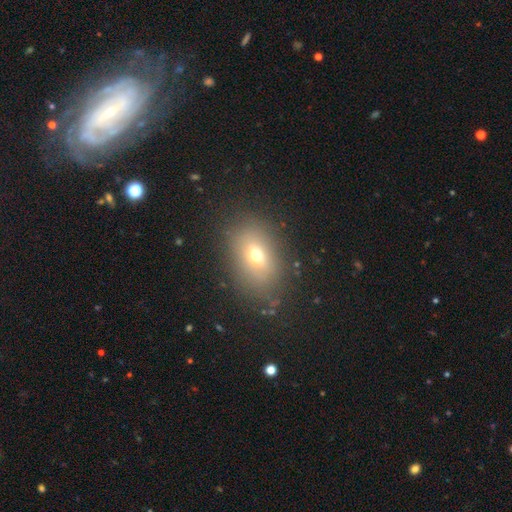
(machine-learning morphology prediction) smooth-or-featured: smooth: 66% | featured or disk: 18% | star or artifact: 16%
  how-rounded: in between: 73% | round: 25% | cigar-shaped: 2%
  merging: none: 81% | minor disturbance: 11% | major disturbance: 6% | merger: 2%